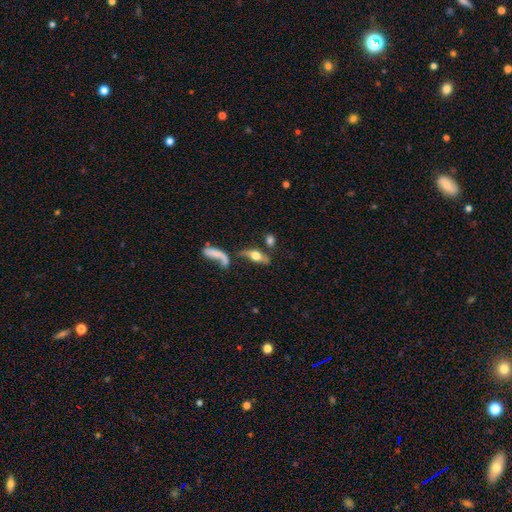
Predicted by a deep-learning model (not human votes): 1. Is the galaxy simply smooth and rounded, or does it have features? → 46% smooth, 44% featured or disk, 9% star or artifact.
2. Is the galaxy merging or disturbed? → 47% none, 24% merger, 15% minor disturbance, 13% major disturbance.